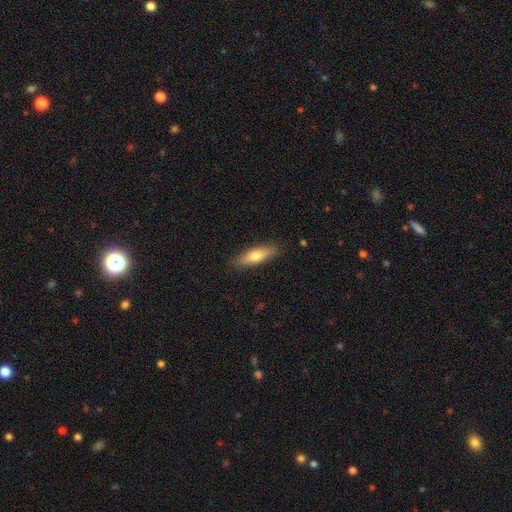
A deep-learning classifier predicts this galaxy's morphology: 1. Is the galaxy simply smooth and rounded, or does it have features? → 62% smooth, 32% featured or disk, 6% star or artifact.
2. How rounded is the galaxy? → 61% cigar-shaped, 37% in between, 2% round.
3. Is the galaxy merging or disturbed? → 87% none, 10% minor disturbance, 2% major disturbance, 1% merger.